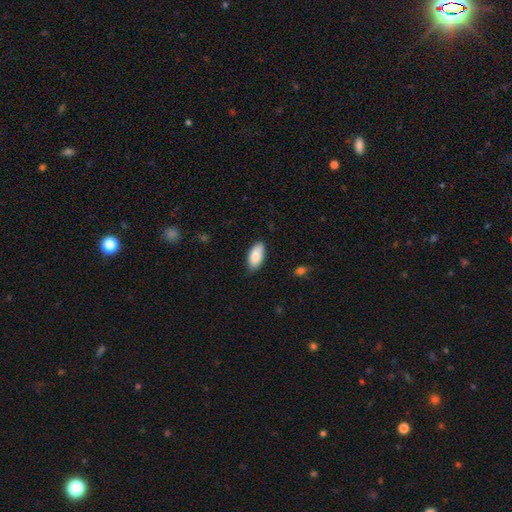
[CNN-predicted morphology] The model was most divided on "merging": none: 80%, minor disturbance: 16%, major disturbance: 2%, merger: 1%. More confident: how rounded — in between (92%); smooth or featured — smooth (88%).